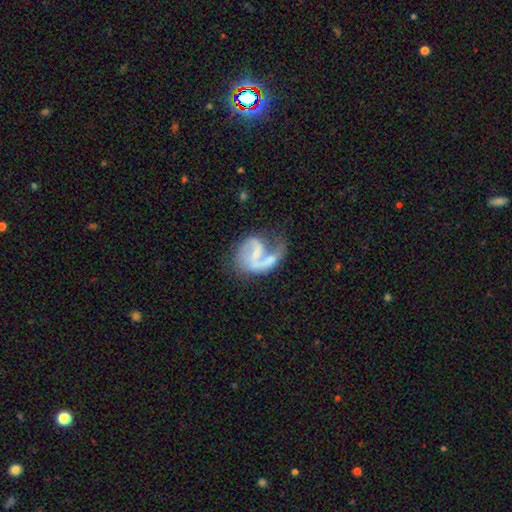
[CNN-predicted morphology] Smooth or featured? Predicted: featured or disk (p=0.83). Edge-on disk? Predicted: no (p=0.98). Bar? Predicted: weak (p=0.47). Spiral arms? Predicted: yes (p=0.91). Spiral winding? Predicted: loose (p=0.47). Spiral arm count? Predicted: 2 (p=0.60). Bulge size? Predicted: small (p=0.60). Merging? Predicted: none (p=0.35).